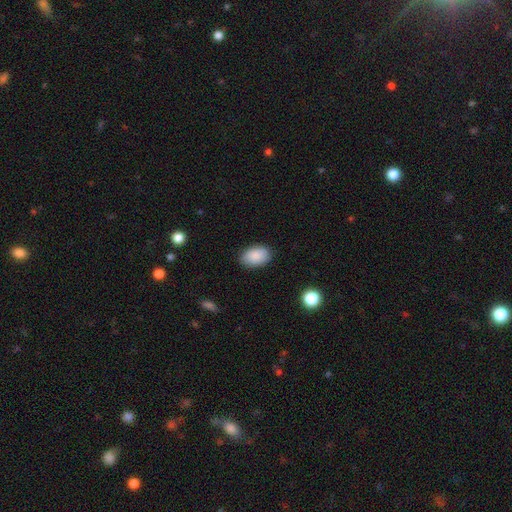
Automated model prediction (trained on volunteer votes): This is clearly a smooth galaxy (88%). How rounded: clearly in between (89%). Merging: clearly none (85%).